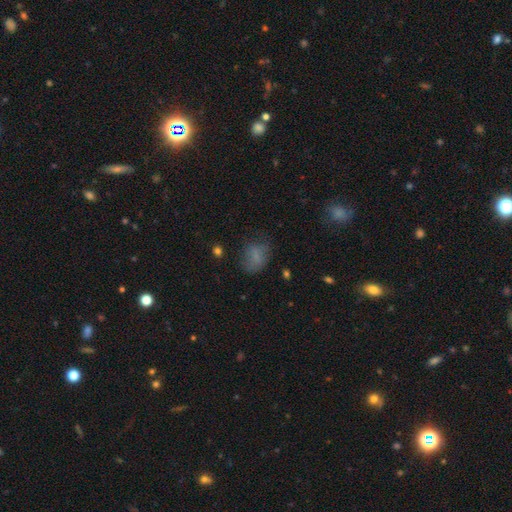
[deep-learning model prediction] smooth-or-featured: smooth: 71% | featured or disk: 15% | star or artifact: 14%
  how-rounded: in between: 64% | round: 35% | cigar-shaped: 2%
  merging: none: 56% | minor disturbance: 26% | major disturbance: 15% | merger: 3%